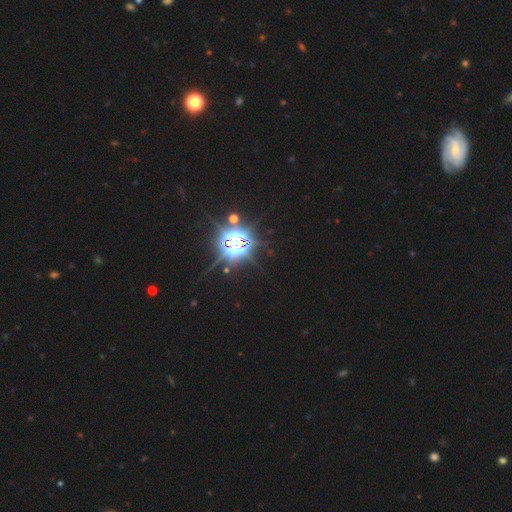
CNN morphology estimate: type=star or artifact (83%).